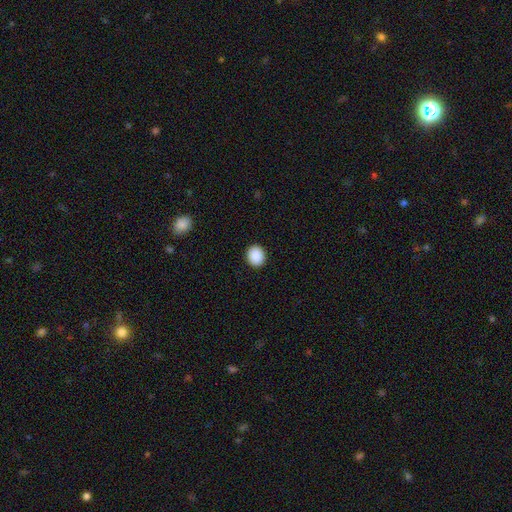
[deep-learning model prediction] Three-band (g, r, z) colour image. It shows a smooth galaxy with no disk features (90%) that is round (71%). Merging: none (92%).